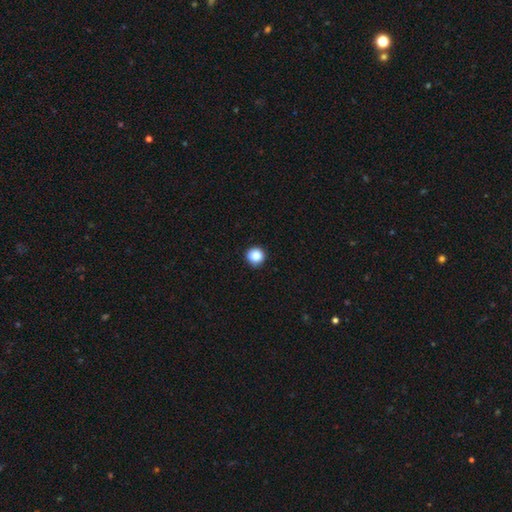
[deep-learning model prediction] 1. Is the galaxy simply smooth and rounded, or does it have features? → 87% smooth, 10% star or artifact, 3% featured or disk.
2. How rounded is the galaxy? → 95% round, 4% in between, 1% cigar-shaped.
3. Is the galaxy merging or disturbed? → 91% none, 7% minor disturbance, 2% major disturbance, 1% merger.